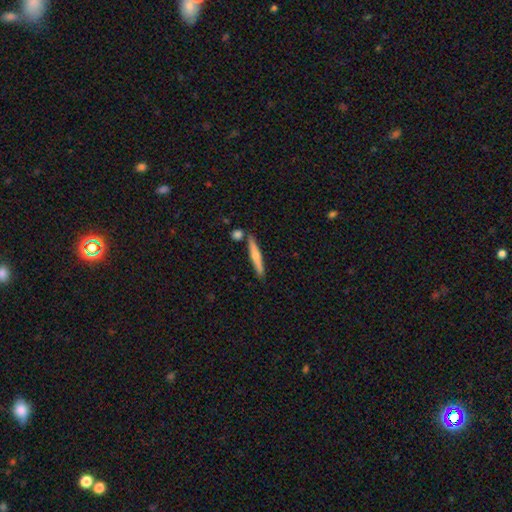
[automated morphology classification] The model was most divided on "smooth or featured": smooth: 58%, featured or disk: 36%, star or artifact: 5%. More confident: how rounded — cigar-shaped (94%); merging — none (81%).